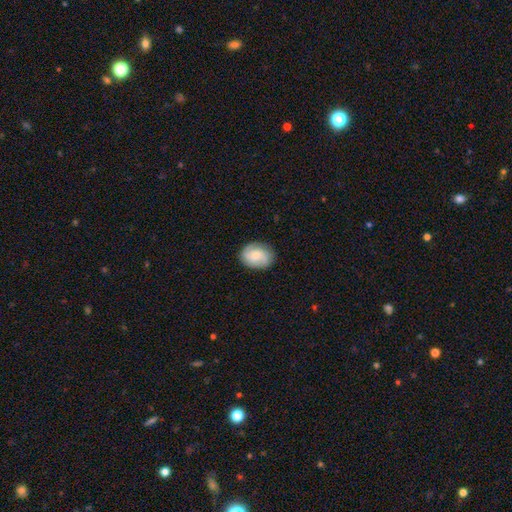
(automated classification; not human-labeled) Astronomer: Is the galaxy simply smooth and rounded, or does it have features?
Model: featured or disk — 51% (runner-up: smooth, 41%).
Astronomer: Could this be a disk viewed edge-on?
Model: no — 97%.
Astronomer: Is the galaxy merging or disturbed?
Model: none — 83%.